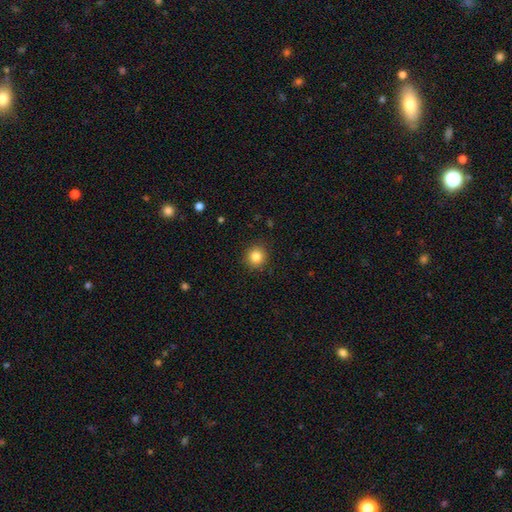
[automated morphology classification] The model was most divided on "smooth or featured": smooth: 84%, star or artifact: 10%, featured or disk: 5%. More confident: how rounded — round (91%); merging — none (90%).